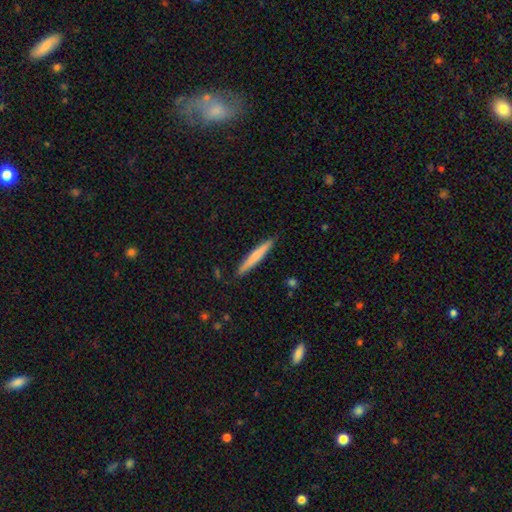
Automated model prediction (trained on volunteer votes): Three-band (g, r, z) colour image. It shows a smooth galaxy with no disk features (65%) that is cigar-shaped (95%). Merging: none (90%).